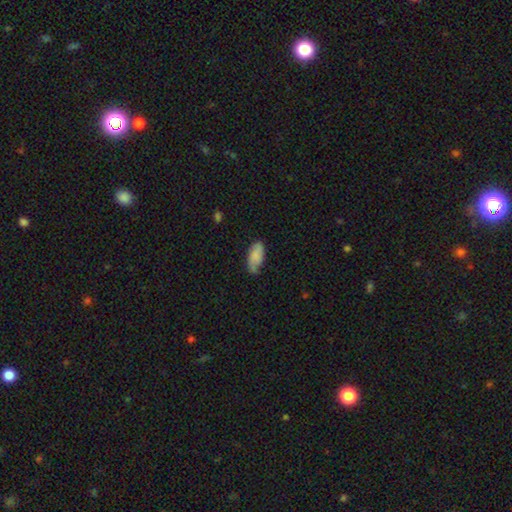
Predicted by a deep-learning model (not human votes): Overall: smooth (79%). How rounded: in between (90%). Merging: none (62%; minor disturbance 30%).